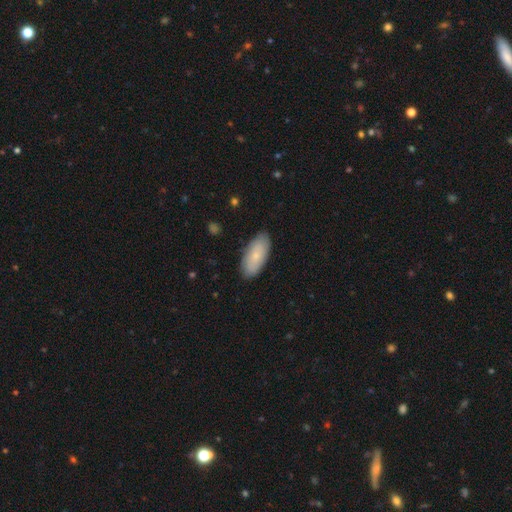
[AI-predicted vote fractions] This is likely a smooth galaxy (76%). How rounded: clearly in between (90%). Merging: clearly none (86%).